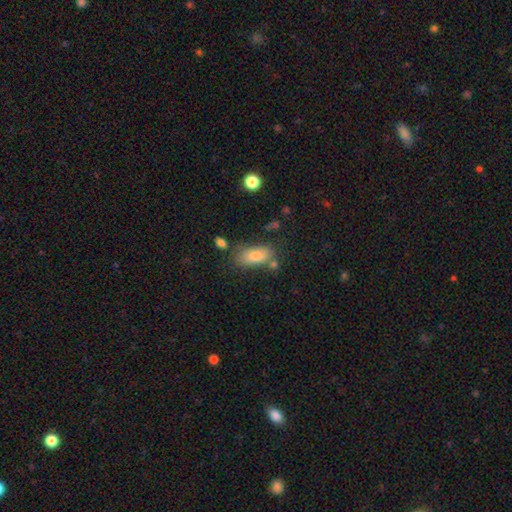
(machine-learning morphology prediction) This appears to be a smooth galaxy with no disk features (80%) that is in between round and cigar-shaped (86%). Merging: none (69%).